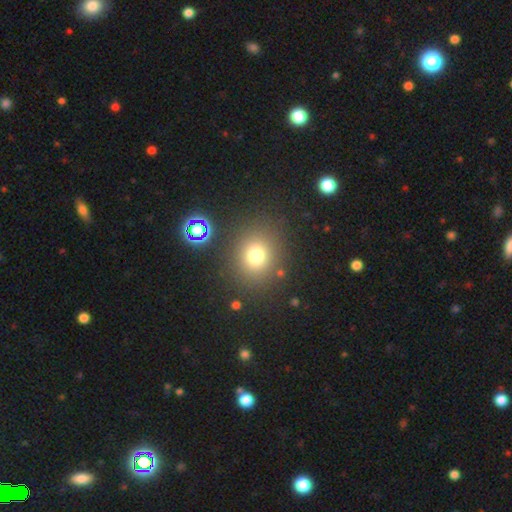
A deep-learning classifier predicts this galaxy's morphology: type=smooth (74%); roundness=round (77%); merging=none (84%).